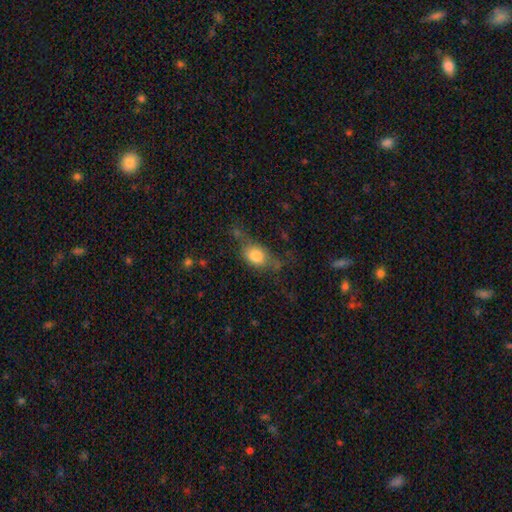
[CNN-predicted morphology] Smooth or featured? Predicted: smooth (p=0.71). How rounded? Predicted: in between (p=0.68). Merging? Predicted: none (p=0.43).